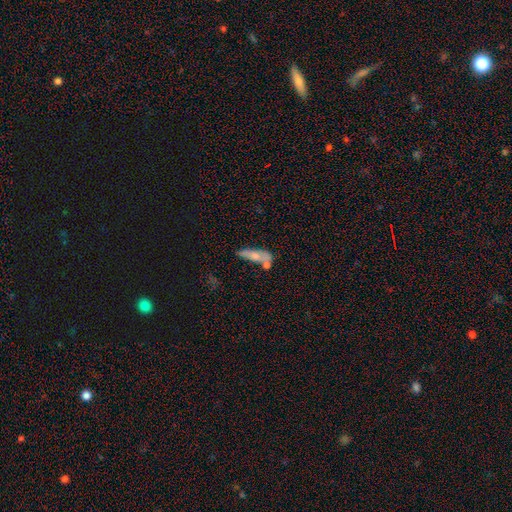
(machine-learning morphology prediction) Smooth or featured? Predicted: smooth (p=0.67). How rounded? Predicted: cigar-shaped (p=0.56). Merging? Predicted: none (p=0.42).